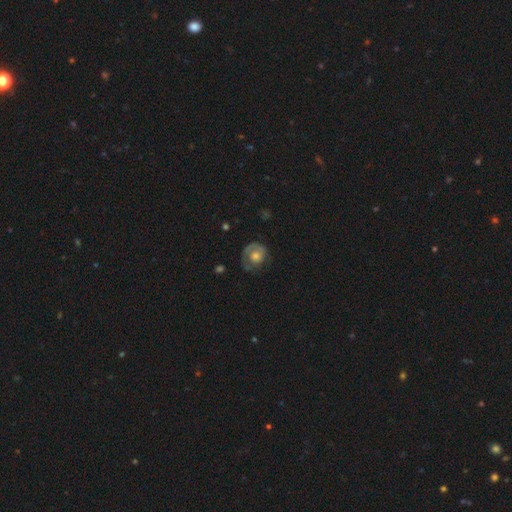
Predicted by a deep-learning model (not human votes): Smooth or featured? featured or disk (54%)
Edge-on disk? no (97%)
Bar? no (84%)
Spiral arms? yes (64%)
Bulge size? moderate (57%)
Merging? none (57%)